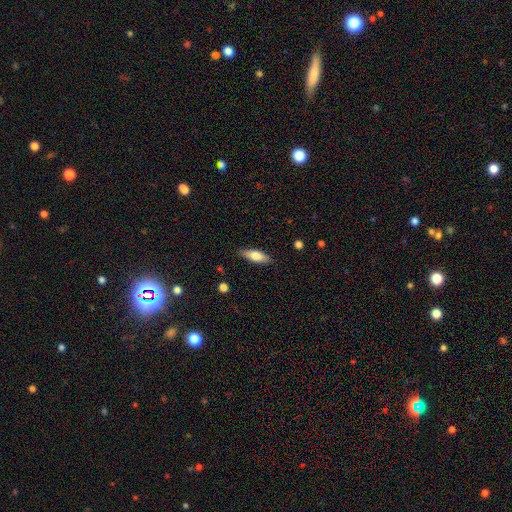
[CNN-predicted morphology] A smooth galaxy with no disk features (70%) that is in between round and cigar-shaped (56%).

Vote fractions:
- Smooth or featured? smooth: 70% / featured or disk: 23% / star or artifact: 6%
- How rounded? in between: 56% / cigar-shaped: 41% / round: 2%
- Merging? none: 85% / minor disturbance: 11% / major disturbance: 2% / merger: 1%